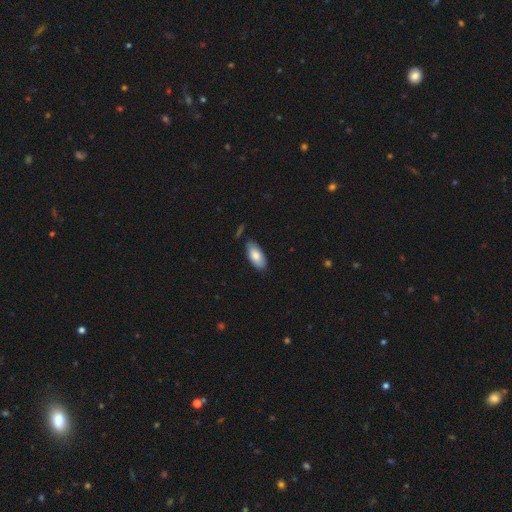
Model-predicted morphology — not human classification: Smooth or featured? smooth (79%)
How rounded? in between (90%)
Merging? none (78%)